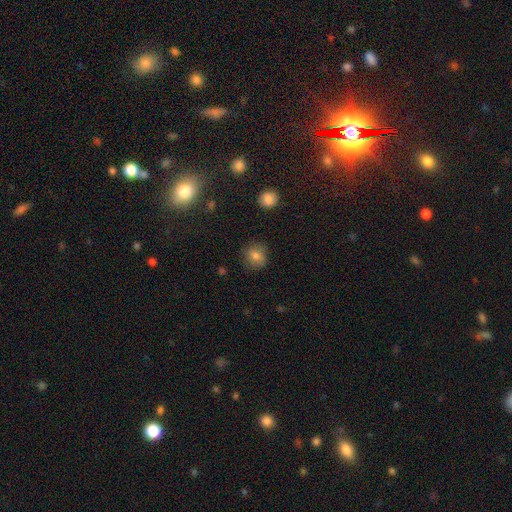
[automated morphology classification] smooth 81%, star or artifact 11%, featured or disk 8%. Down the decision tree: how rounded — round (80%); merging — none (82%).